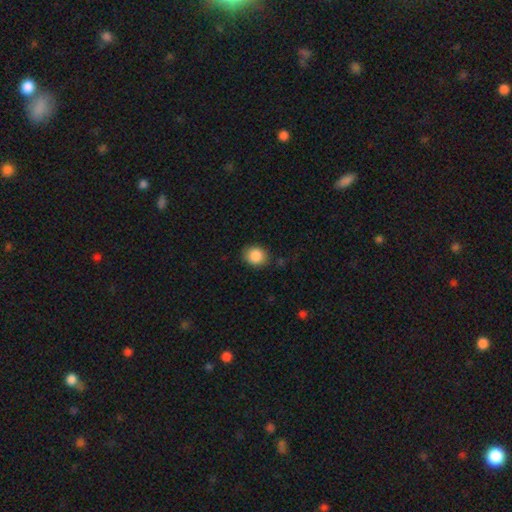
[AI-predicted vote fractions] Smooth or featured? smooth (88%)
How rounded? round (70%)
Merging? none (84%)